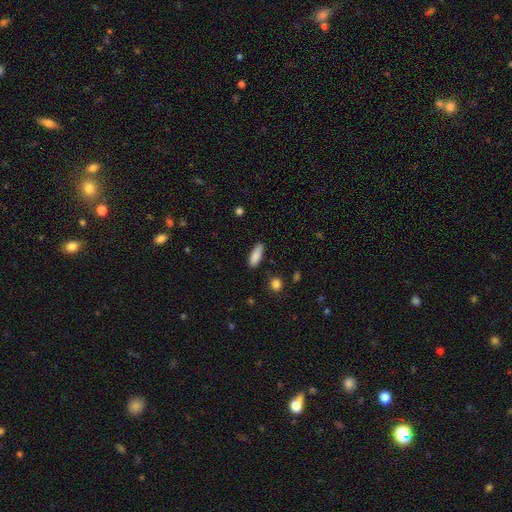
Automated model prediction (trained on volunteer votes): The model was most divided on "how rounded": in between: 67%, cigar-shaped: 31%, round: 2%. More confident: smooth or featured — smooth (88%); merging — none (83%).